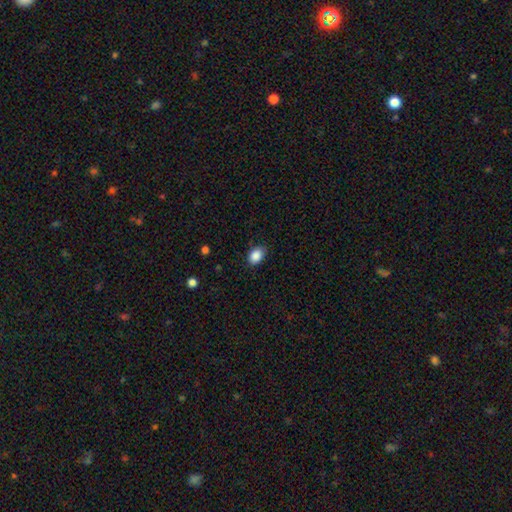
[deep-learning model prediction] Morphology: type=smooth (88%); roundness=in between (77%); merging=none (80%).